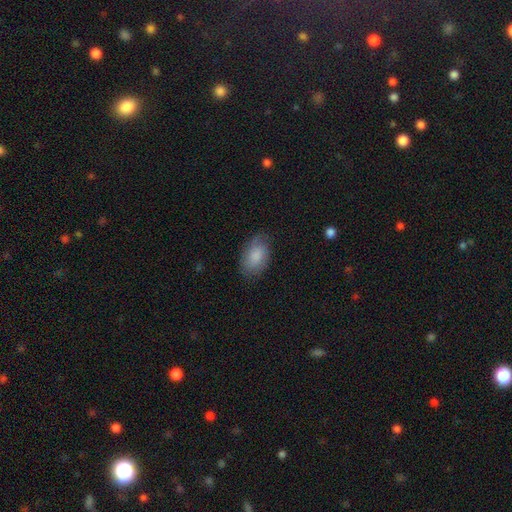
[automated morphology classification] smooth-or-featured: smooth: 81% | featured or disk: 13% | star or artifact: 6%
  how-rounded: in between: 91% | round: 8% | cigar-shaped: 1%
  merging: none: 75% | minor disturbance: 19% | major disturbance: 5% | merger: 1%